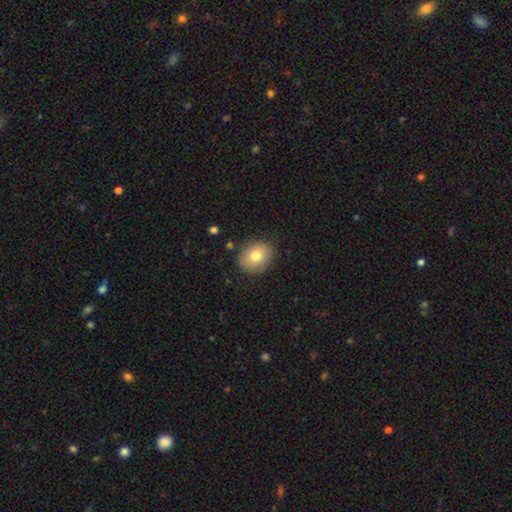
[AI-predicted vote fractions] A smooth galaxy with no disk features (79%) that is in between round and cigar-shaped (50%). Merging: none (84%).